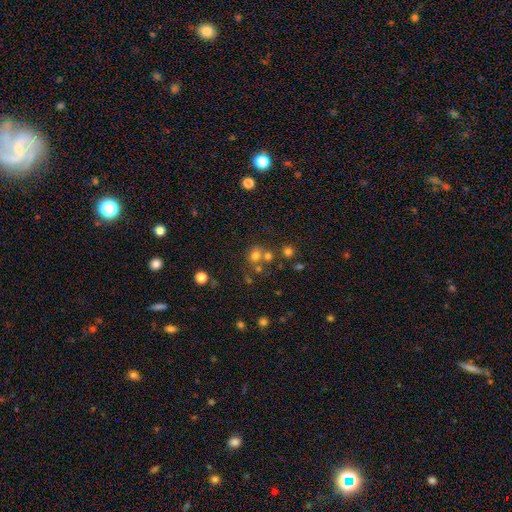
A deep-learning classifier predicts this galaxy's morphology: Smooth or featured: smooth — 68% (star or artifact — 20%)
How rounded: round — 79% (in between — 20%)
Merging: none — 52% (merger — 34%)